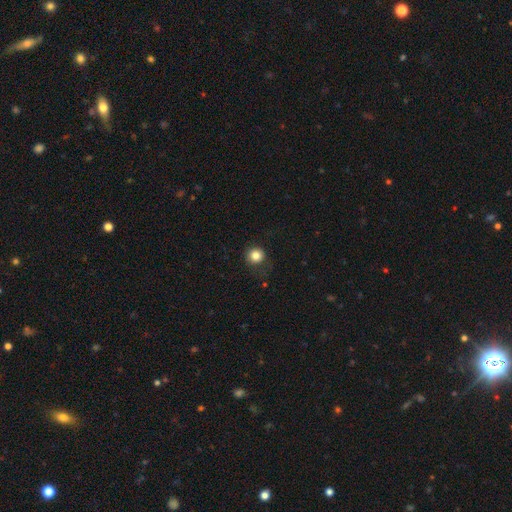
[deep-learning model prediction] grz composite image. It shows a smooth galaxy with no disk features (83%) that is round (93%). Merging: none (78%).